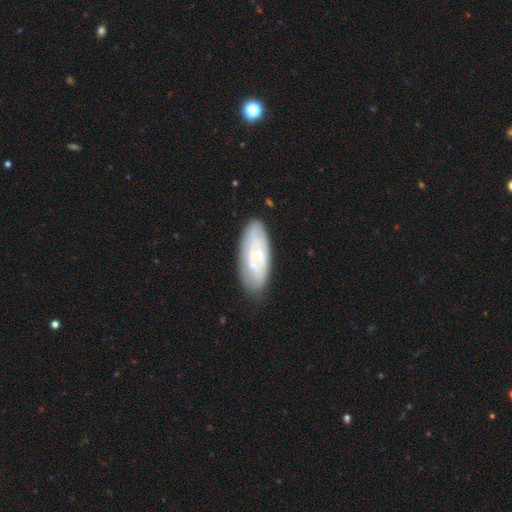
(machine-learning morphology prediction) featured or disk 50%, smooth 43%, star or artifact 7%. Down the decision tree: merging — none (75%).